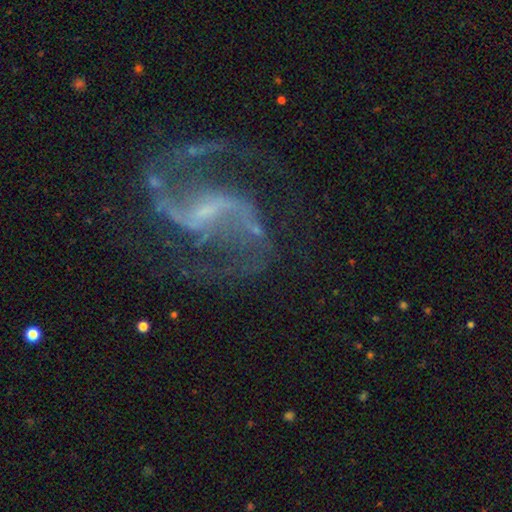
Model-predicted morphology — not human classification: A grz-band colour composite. It shows a featured or disk galaxy (92%) with a weak bar (51%), 2 (93%) medium (47%) spiral arms (98%) and a small central bulge (57%). Merging: none (72%).